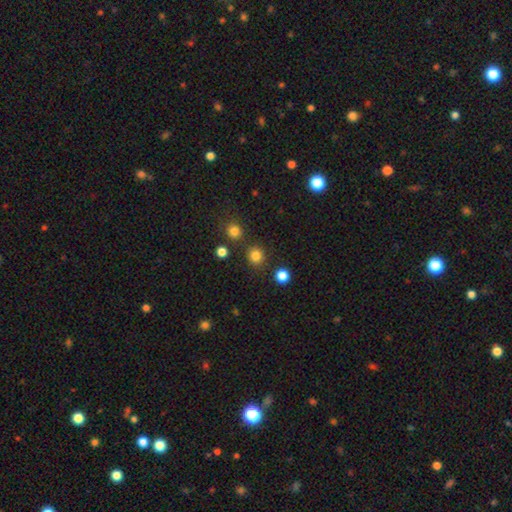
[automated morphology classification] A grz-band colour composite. It shows a smooth galaxy with no disk features (82%) that is round (88%). Merging: none (86%).